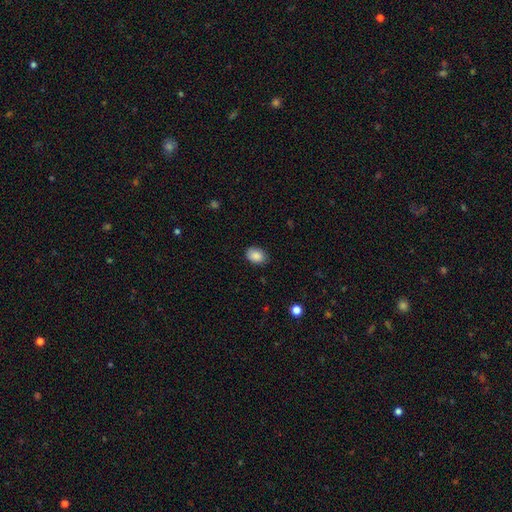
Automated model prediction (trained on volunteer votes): smooth-or-featured: smooth: 87% | star or artifact: 8% | featured or disk: 5%
  how-rounded: in between: 76% | round: 23% | cigar-shaped: 1%
  merging: none: 82% | minor disturbance: 14% | major disturbance: 3% | merger: 1%